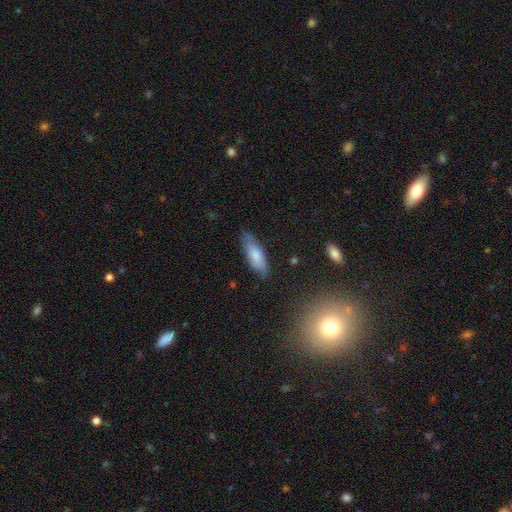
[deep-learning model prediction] Smooth or featured? Predicted: smooth (p=0.75). How rounded? Predicted: in between (p=0.55). Merging? Predicted: none (p=0.75).